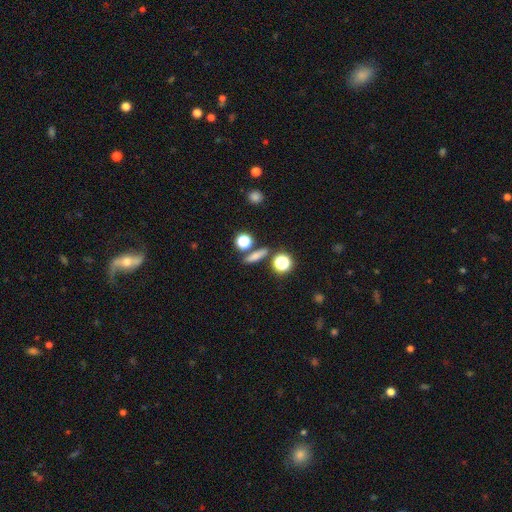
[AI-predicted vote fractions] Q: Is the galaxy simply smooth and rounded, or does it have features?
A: smooth — 67%.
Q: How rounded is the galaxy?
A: cigar-shaped — 51%.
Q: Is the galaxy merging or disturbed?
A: none — 80%.